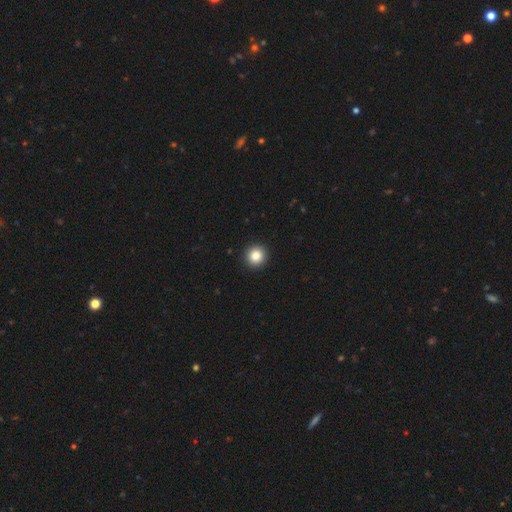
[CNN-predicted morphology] This appears to be a smooth galaxy with no disk features (85%) that is round (94%). Merging: none (93%).